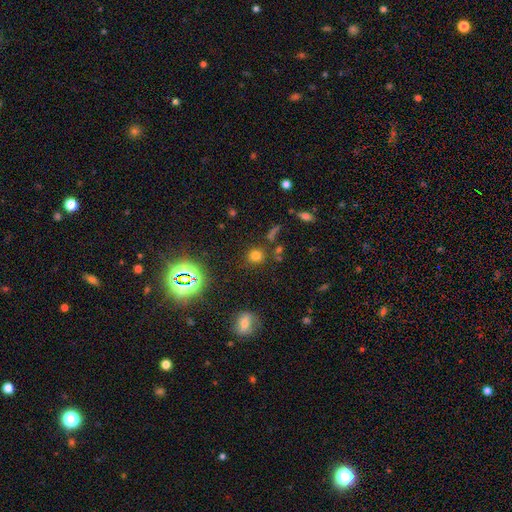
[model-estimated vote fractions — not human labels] Smooth or featured? Predicted: smooth (p=0.71). How rounded? Predicted: round (p=0.87). Merging? Predicted: none (p=0.81).